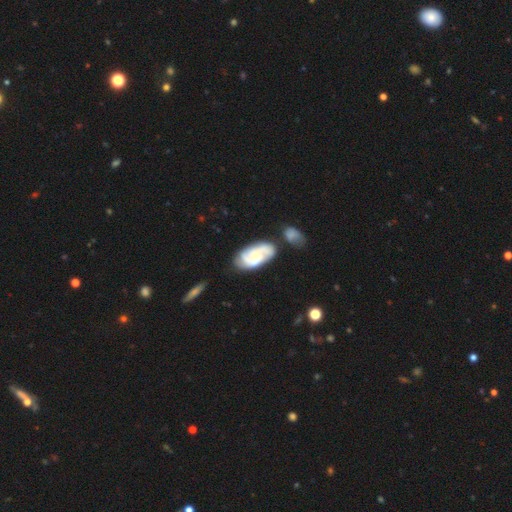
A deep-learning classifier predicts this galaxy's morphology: Smooth or featured? featured or disk (72%)
Edge-on disk? no (96%)
Bar? no (63%)
Spiral arms? yes (90%)
Spiral winding? medium (44%)
Spiral arm count? 2 (54%)
Bulge size? small (55%)
Merging? none (57%)